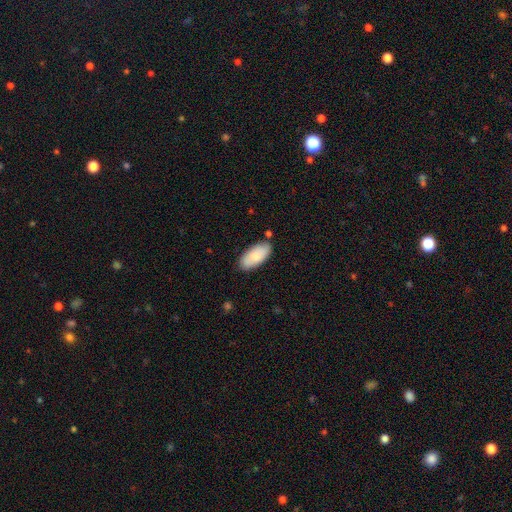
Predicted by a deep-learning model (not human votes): Smooth or featured?
  - smooth: 82% *
  - featured or disk: 12%
  - star or artifact: 6%
How rounded?
  - in between: 92% *
  - cigar-shaped: 6%
  - round: 2%
Merging?
  - none: 80% *
  - minor disturbance: 14%
  - merger: 4%
  - major disturbance: 3%